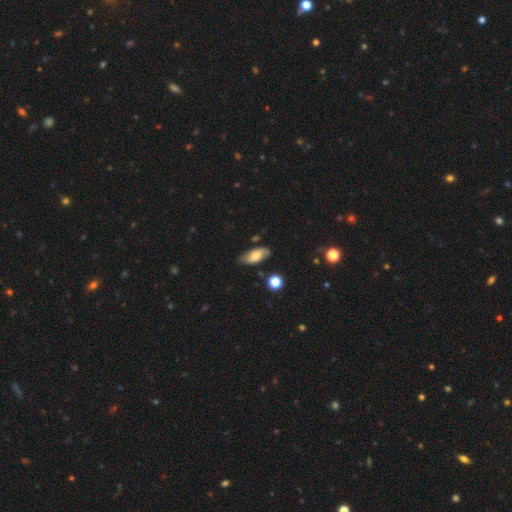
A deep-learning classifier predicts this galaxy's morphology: Smooth or featured?
  - smooth: 61% *
  - featured or disk: 31%
  - star or artifact: 8%
How rounded?
  - in between: 88% *
  - cigar-shaped: 8%
  - round: 4%
Merging?
  - none: 73% *
  - minor disturbance: 20%
  - major disturbance: 4%
  - merger: 2%